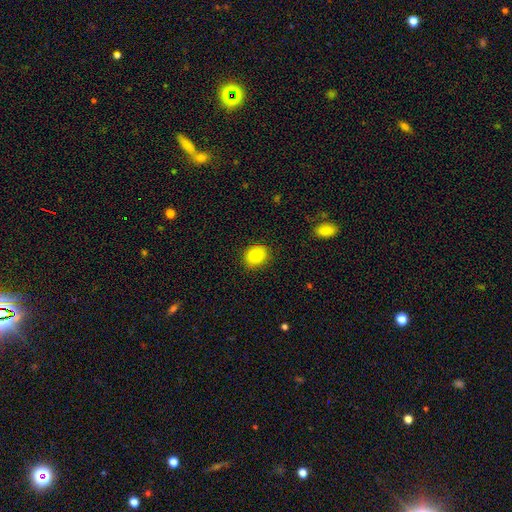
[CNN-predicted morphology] smooth 83%, star or artifact 9%, featured or disk 8%. Down the decision tree: how rounded — round (64%); merging — none (87%).